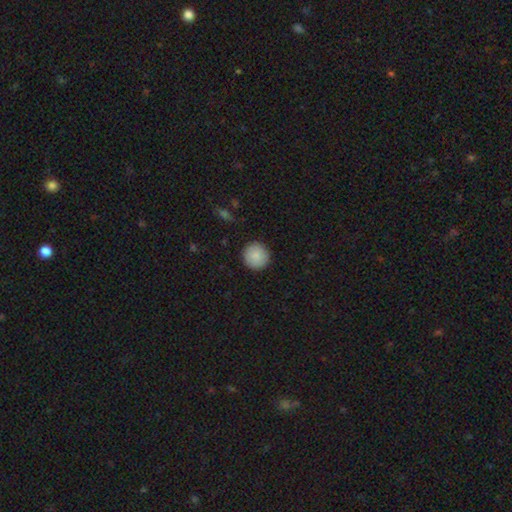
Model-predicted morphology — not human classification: This appears to be a smooth galaxy with no disk features (89%) that is round (95%). Merging: none (91%).